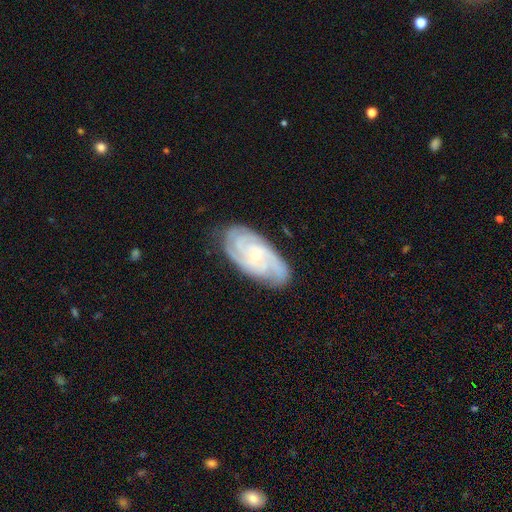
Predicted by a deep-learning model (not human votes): smooth_or_featured: featured or disk (p=0.89) [alt: smooth p=0.06]
disk_edge_on: no (p=0.96) [alt: yes p=0.04]
bar: no (p=0.70) [alt: weak p=0.23]
has_spiral_arms: yes (p=0.98) [alt: no p=0.02]
spiral_winding: tight (p=0.71) [alt: medium p=0.25]
spiral_arm_count: 3 (p=0.38) [alt: 4 p=0.26]
bulge_size: small (p=0.62) [alt: moderate p=0.35]
merging: none (p=0.81) [alt: minor disturbance p=0.15]